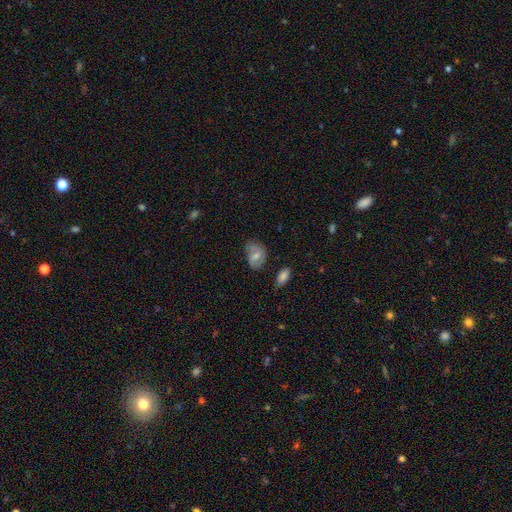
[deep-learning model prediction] Overall: smooth (62%; featured or disk 30%). How rounded: in between (78%). Merging: none (53%; minor disturbance 34%).